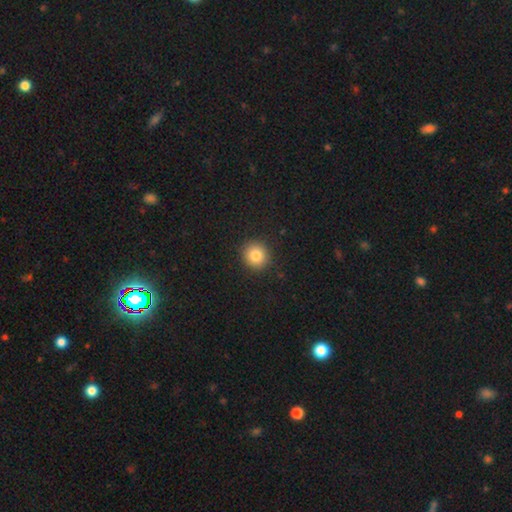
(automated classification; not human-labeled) Smooth or featured: smooth — 81% (star or artifact — 11%)
How rounded: round — 93% (in between — 6%)
Merging: none — 92% (minor disturbance — 5%)